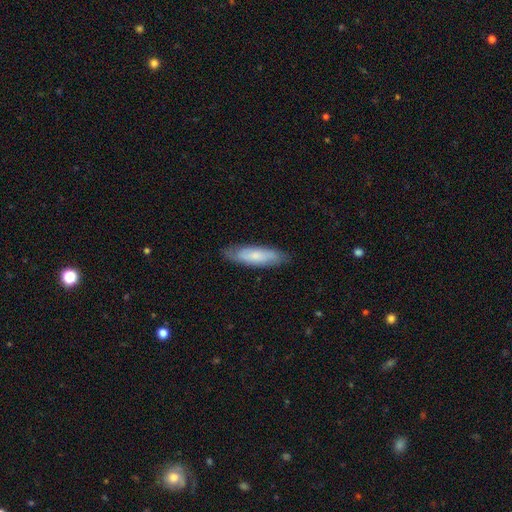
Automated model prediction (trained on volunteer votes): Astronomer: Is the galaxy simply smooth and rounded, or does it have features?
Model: smooth — 63%.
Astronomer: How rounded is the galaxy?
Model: cigar-shaped — 56% (runner-up: in between, 43%).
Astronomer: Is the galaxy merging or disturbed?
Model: none — 81%.